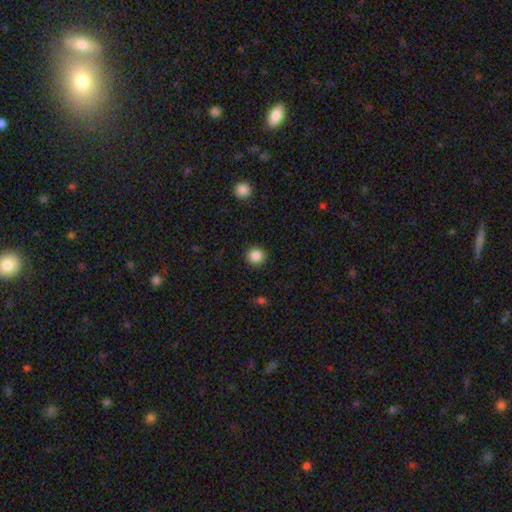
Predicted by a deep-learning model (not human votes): smooth 86%, star or artifact 10%, featured or disk 3%. Down the decision tree: how rounded — round (95%); merging — none (92%).